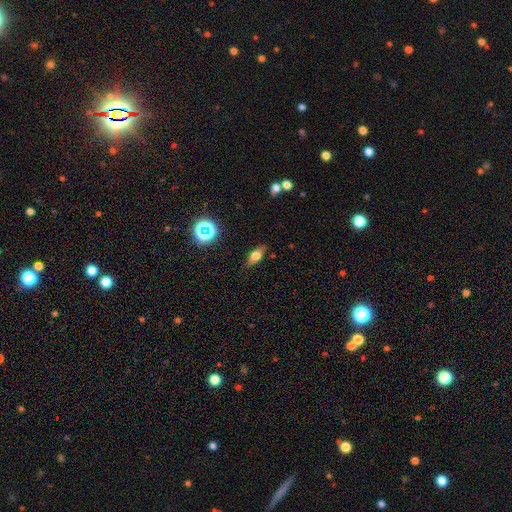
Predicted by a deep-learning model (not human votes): smooth 58%, featured or disk 30%, star or artifact 12%. Down the decision tree: how rounded — in between (66%); merging — none (84%).